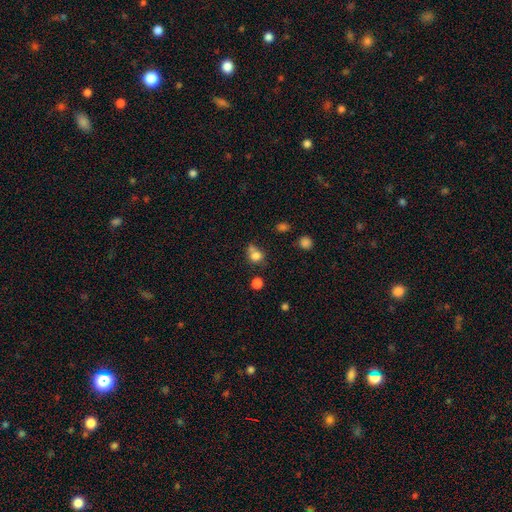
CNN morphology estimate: This is likely a smooth galaxy (77%). How rounded: likely round (72%). Merging: possibly none (46%).